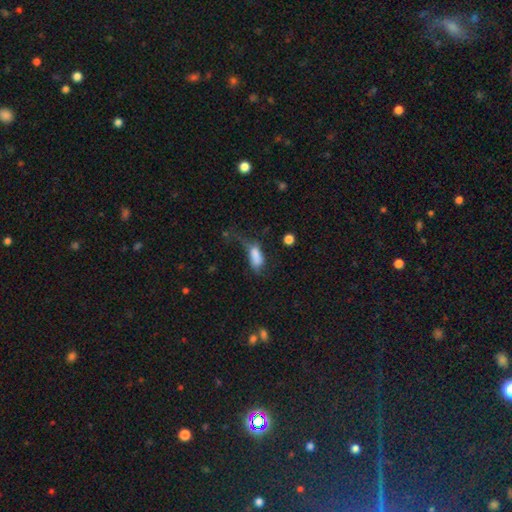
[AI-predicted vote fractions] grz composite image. It shows a smooth galaxy with no disk features (72%) that is in between round and cigar-shaped (84%). Merging: major disturbance (49%).